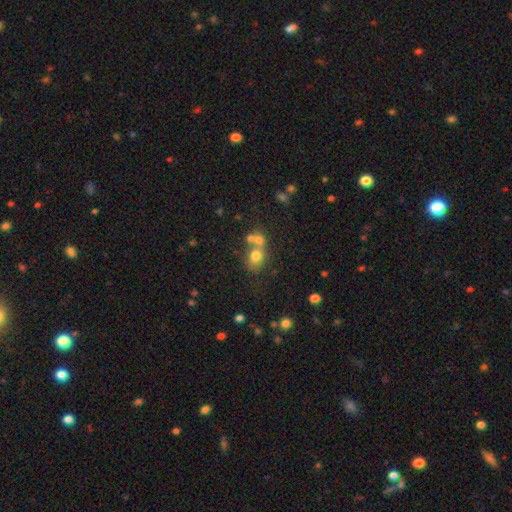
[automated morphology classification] This is likely a smooth galaxy (68%). How rounded: possibly round (58%). Merging: possibly merger (47%).